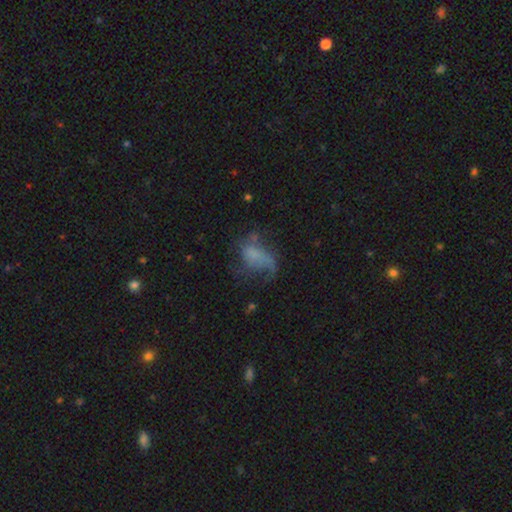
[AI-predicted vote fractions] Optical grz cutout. It shows a featured or disk galaxy (43%). Merging: major disturbance (46%).